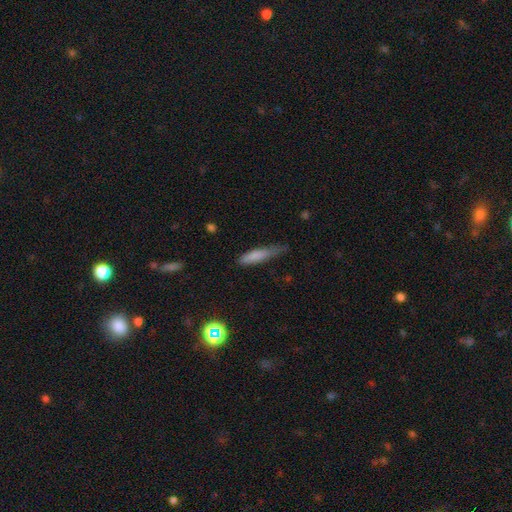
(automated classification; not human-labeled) smooth-or-featured: smooth: 79% | featured or disk: 14% | star or artifact: 8%
  how-rounded: cigar-shaped: 80% | in between: 18% | round: 2%
  merging: none: 46% | minor disturbance: 40% | major disturbance: 12% | merger: 2%